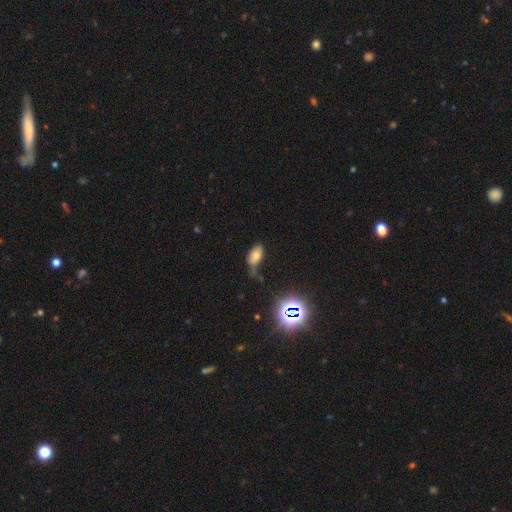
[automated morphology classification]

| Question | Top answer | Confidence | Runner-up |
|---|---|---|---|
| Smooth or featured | smooth | 70% | star or artifact (17%) |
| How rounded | in between | 92% | round (4%) |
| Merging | none | 45% | minor disturbance (33%) |